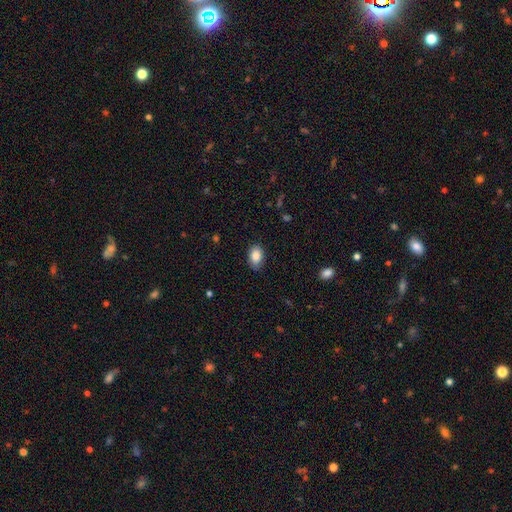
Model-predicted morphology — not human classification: Smooth or featured? smooth (86%)
How rounded? in between (86%)
Merging? none (84%)